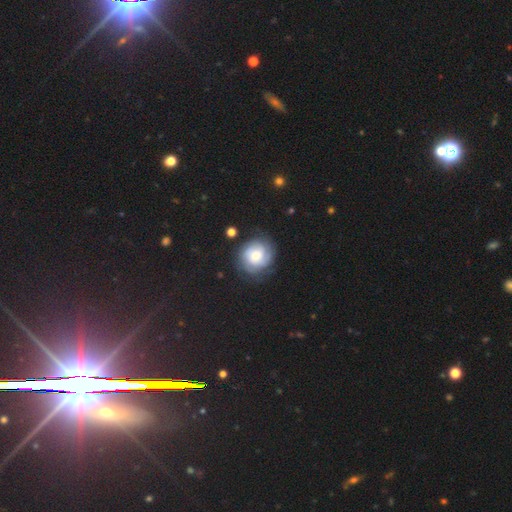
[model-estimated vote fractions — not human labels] Smooth or featured? featured or disk (54%)
Edge-on disk? no (98%)
Bar? no (69%)
Spiral arms? yes (86%)
Bulge size? moderate (43%)
Merging? none (74%)